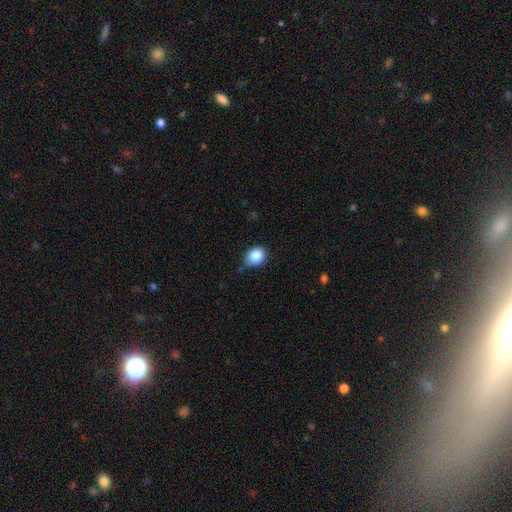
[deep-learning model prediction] smooth 86%, star or artifact 9%, featured or disk 5%. Down the decision tree: how rounded — round (61%); merging — none (71%).